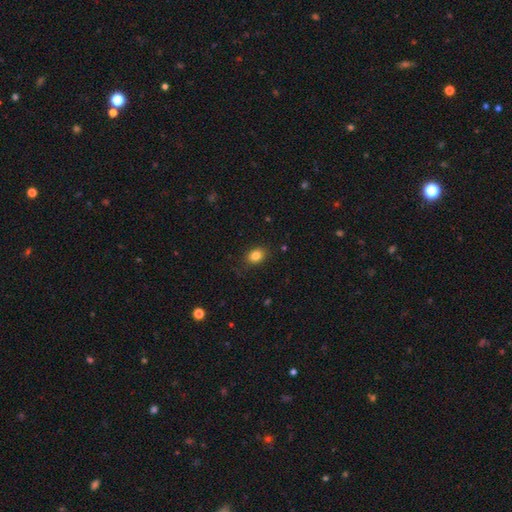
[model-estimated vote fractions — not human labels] A smooth galaxy with no disk features (84%) that is in between round and cigar-shaped (62%).

Vote fractions:
- Smooth or featured? smooth: 84% / star or artifact: 10% / featured or disk: 6%
- How rounded? in between: 62% / round: 37% / cigar-shaped: 1%
- Merging? none: 84% / minor disturbance: 12% / major disturbance: 3% / merger: 1%